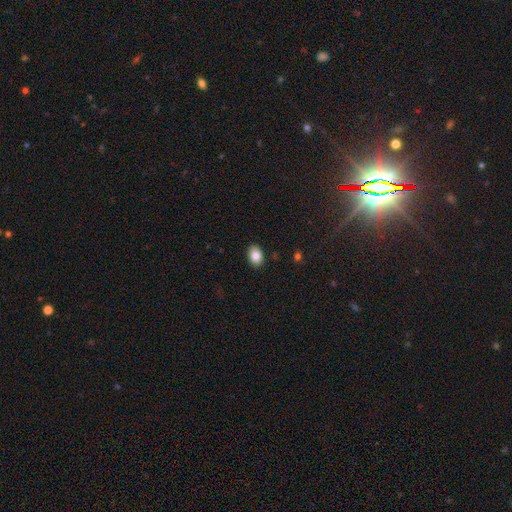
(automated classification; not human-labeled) smooth-or-featured: smooth: 84% | featured or disk: 8% | star or artifact: 8%
  how-rounded: in between: 80% | round: 19% | cigar-shaped: 1%
  merging: none: 89% | minor disturbance: 8% | major disturbance: 2% | merger: 1%